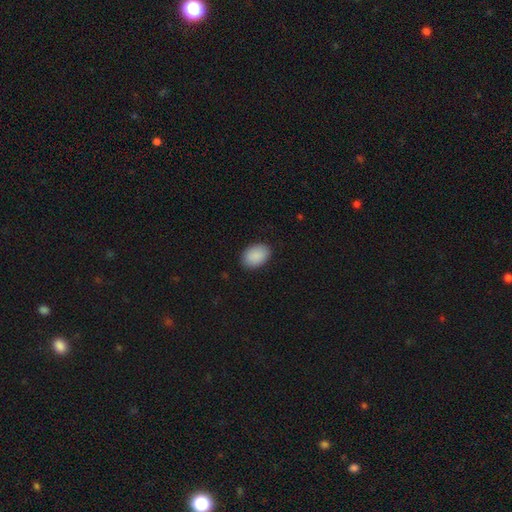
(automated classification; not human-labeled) A smooth galaxy with no disk features (91%) that is in between round and cigar-shaped (85%). Merging: none (88%).